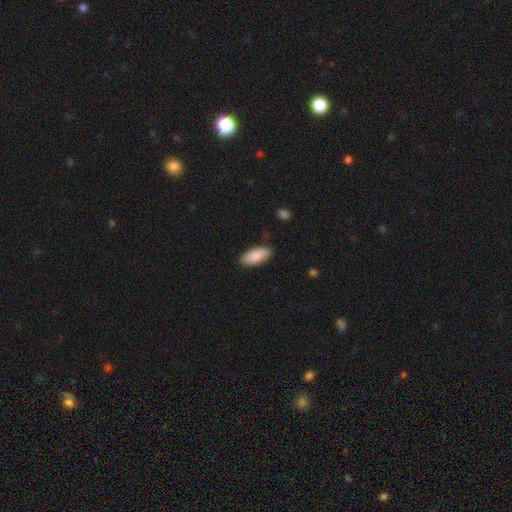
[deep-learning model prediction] This appears to be a smooth galaxy with no disk features (88%) that is in between round and cigar-shaped (86%). Merging: none (86%).